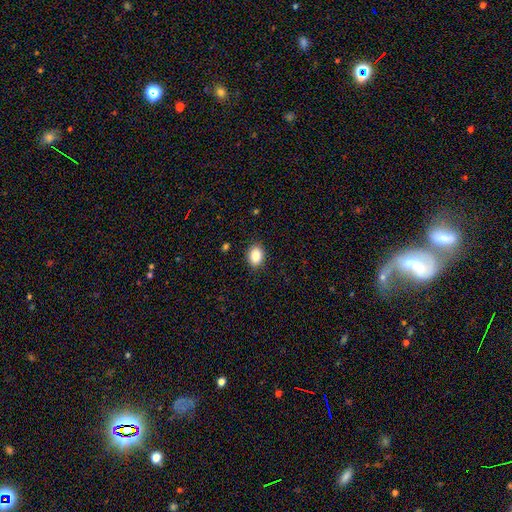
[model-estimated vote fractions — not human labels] A smooth galaxy with no disk features (86%) that is in between round and cigar-shaped (68%). Merging: none (89%).